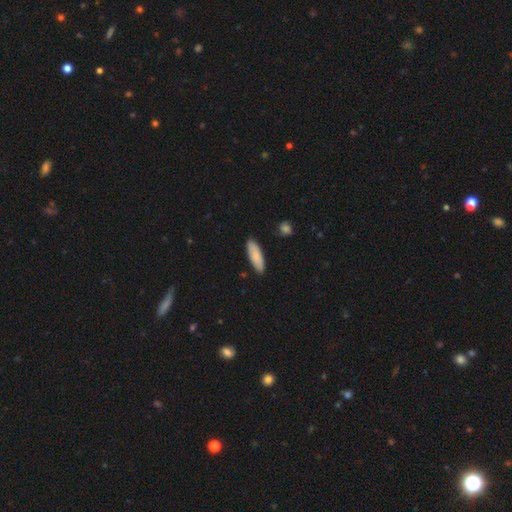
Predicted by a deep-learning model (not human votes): smooth_or_featured: smooth (p=0.84) [alt: featured or disk p=0.11]
how_rounded: in between (p=0.54) [alt: cigar-shaped p=0.44]
merging: none (p=0.86) [alt: minor disturbance p=0.11]